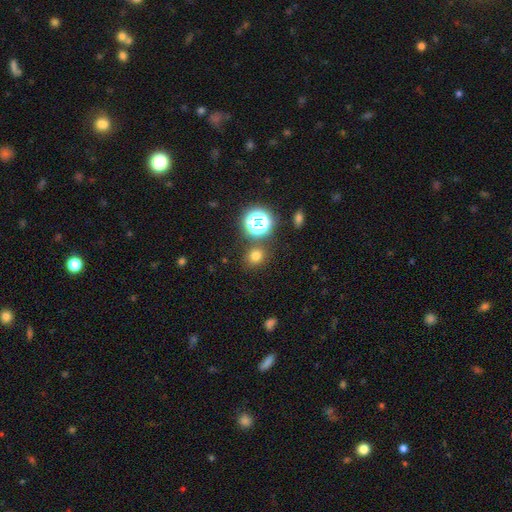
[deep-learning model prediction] A smooth galaxy with no disk features (69%) that is round (81%).

Vote fractions:
- Smooth or featured? smooth: 69% / star or artifact: 24% / featured or disk: 7%
- How rounded? round: 81% / in between: 18% / cigar-shaped: 1%
- Merging? none: 81% / minor disturbance: 9% / merger: 7% / major disturbance: 3%